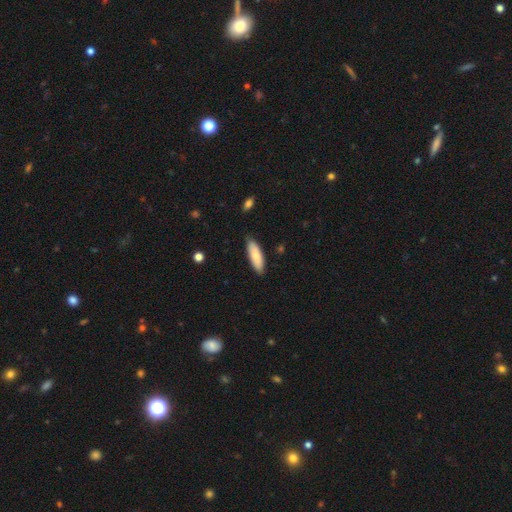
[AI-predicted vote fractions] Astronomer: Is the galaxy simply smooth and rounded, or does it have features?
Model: smooth — 77%.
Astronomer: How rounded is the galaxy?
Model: in between — 59% (runner-up: cigar-shaped, 40%).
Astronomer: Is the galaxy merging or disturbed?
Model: none — 86%.